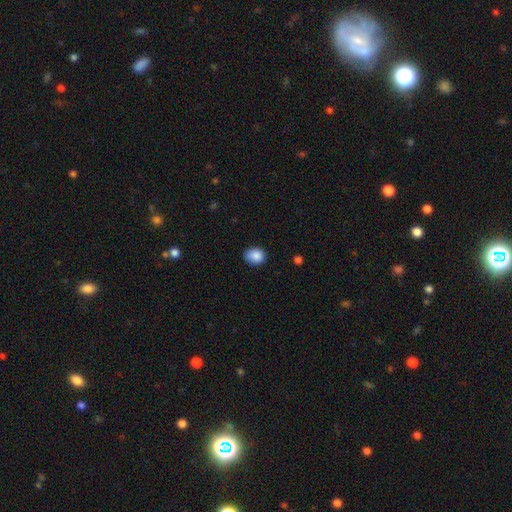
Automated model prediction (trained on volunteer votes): A smooth galaxy with no disk features (88%) that is in between round and cigar-shaped (51%).

Vote fractions:
- Smooth or featured? smooth: 88% / star or artifact: 8% / featured or disk: 4%
- How rounded? in between: 51% / round: 48% / cigar-shaped: 1%
- Merging? none: 76% / minor disturbance: 20% / major disturbance: 3% / merger: 1%